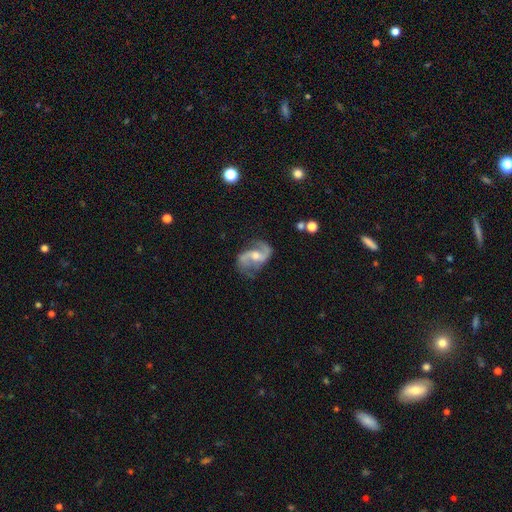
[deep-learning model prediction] Smooth or featured? featured or disk (89%)
Edge-on disk? no (98%)
Bar? weak (47%)
Spiral arms? yes (97%)
Spiral winding? loose (50%)
Spiral arm count? 2 (93%)
Bulge size? moderate (58%)
Merging? none (73%)